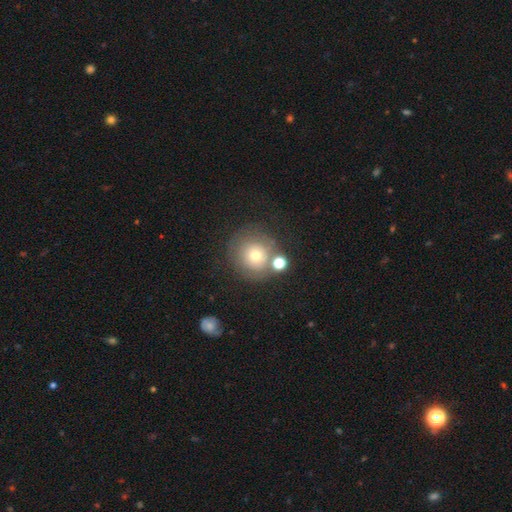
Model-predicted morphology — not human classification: Smooth or featured: smooth — 63% (featured or disk — 24%)
How rounded: round — 92% (in between — 7%)
Merging: none — 64% (merger — 15%)